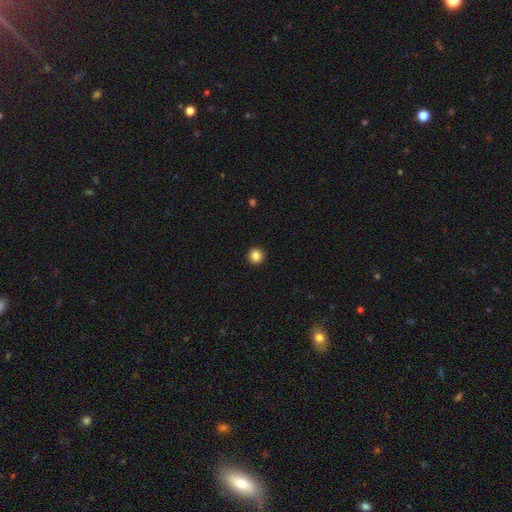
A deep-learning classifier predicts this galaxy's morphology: This appears to be a smooth galaxy with no disk features (86%) that is round (96%). Merging: none (94%).